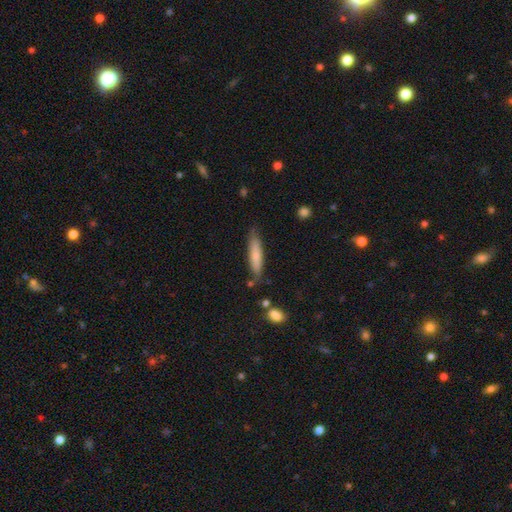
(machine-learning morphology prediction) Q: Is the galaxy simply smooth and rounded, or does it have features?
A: smooth — 72%.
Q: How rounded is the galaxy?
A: cigar-shaped — 82%.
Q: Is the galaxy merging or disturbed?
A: none — 76%.